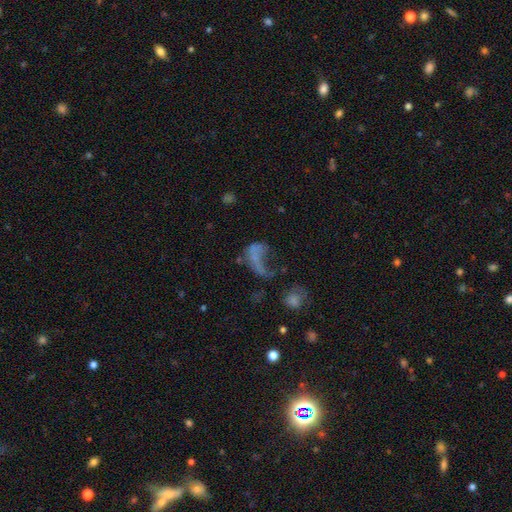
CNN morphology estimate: A smooth galaxy with no disk features (41%).

Vote fractions:
- Smooth or featured? smooth: 41% / featured or disk: 39% / star or artifact: 20%
- Merging? major disturbance: 51% / none: 22% / merger: 16% / minor disturbance: 11%